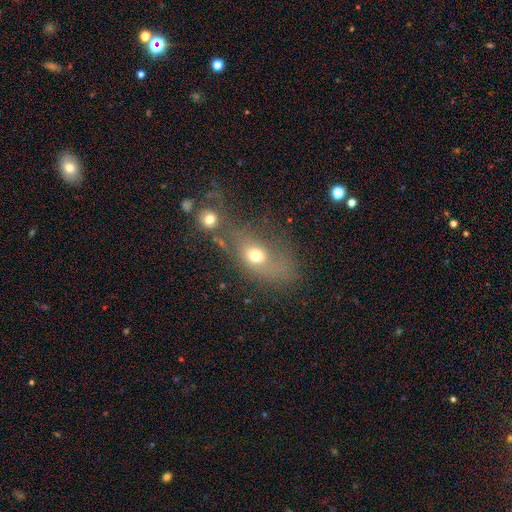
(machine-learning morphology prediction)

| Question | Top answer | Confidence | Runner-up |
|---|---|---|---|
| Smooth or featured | smooth | 63% | featured or disk (20%) |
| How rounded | in between | 58% | round (37%) |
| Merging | merger | 34% | none (32%) |